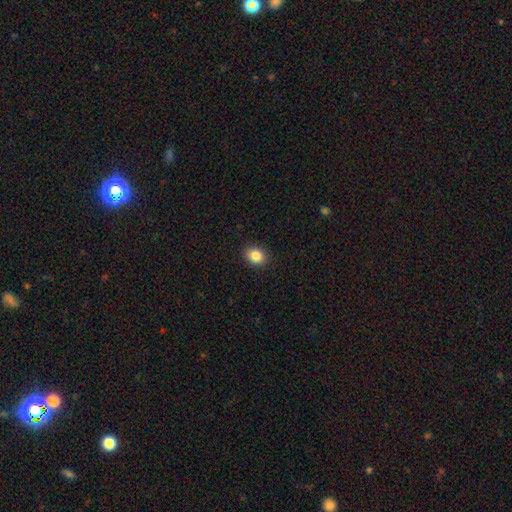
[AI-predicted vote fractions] Overall: smooth (85%). How rounded: round (53%; in between 46%). Merging: none (91%).